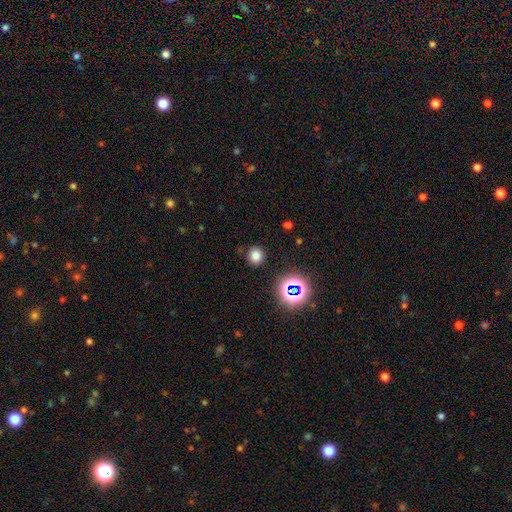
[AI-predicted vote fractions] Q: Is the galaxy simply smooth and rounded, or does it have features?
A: smooth — 74%.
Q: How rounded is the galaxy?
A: round — 88%.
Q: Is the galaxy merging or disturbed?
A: none — 88%.